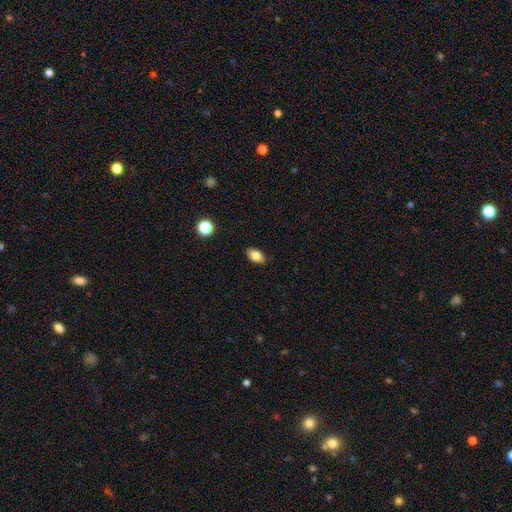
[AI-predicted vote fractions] The model was most divided on "smooth or featured": smooth: 82%, featured or disk: 10%, star or artifact: 9%. More confident: how rounded — in between (88%); merging — none (87%).